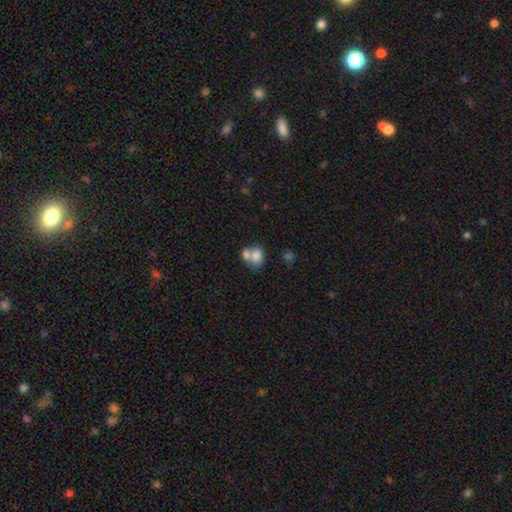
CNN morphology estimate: Smooth or featured? smooth (76%)
How rounded? in between (51%)
Merging? merger (61%)